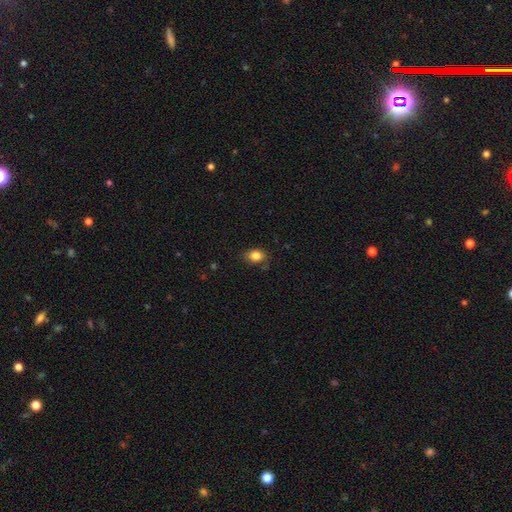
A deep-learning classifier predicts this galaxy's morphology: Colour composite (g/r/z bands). It shows a smooth galaxy with no disk features (83%) that is in between round and cigar-shaped (58%). Merging: none (71%).